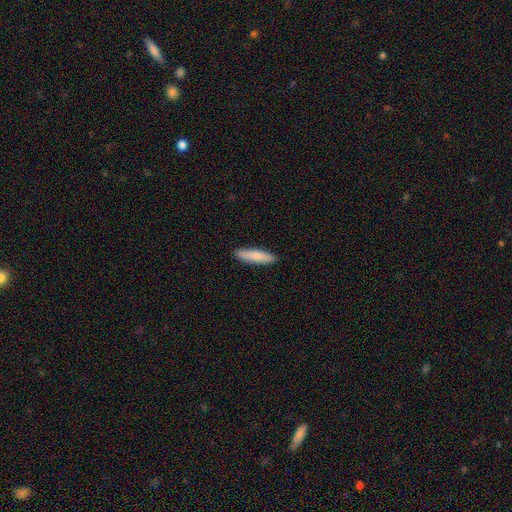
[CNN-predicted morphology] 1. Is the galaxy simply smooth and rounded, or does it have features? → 81% smooth, 14% featured or disk, 5% star or artifact.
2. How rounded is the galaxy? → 77% cigar-shaped, 22% in between, 1% round.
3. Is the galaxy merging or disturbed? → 91% none, 7% minor disturbance, 1% major disturbance, 1% merger.